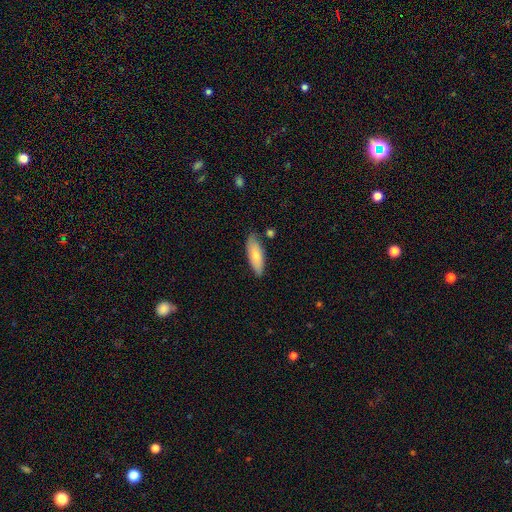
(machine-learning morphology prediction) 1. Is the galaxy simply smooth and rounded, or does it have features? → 75% smooth, 19% featured or disk, 6% star or artifact.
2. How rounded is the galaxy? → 64% in between, 34% cigar-shaped, 2% round.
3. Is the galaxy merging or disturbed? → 80% none, 15% minor disturbance, 3% merger, 2% major disturbance.